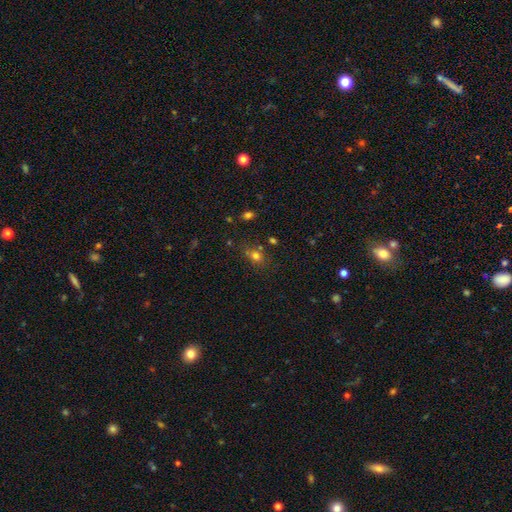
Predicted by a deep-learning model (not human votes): Smooth or featured? smooth (68%)
How rounded? in between (54%)
Merging? none (64%)